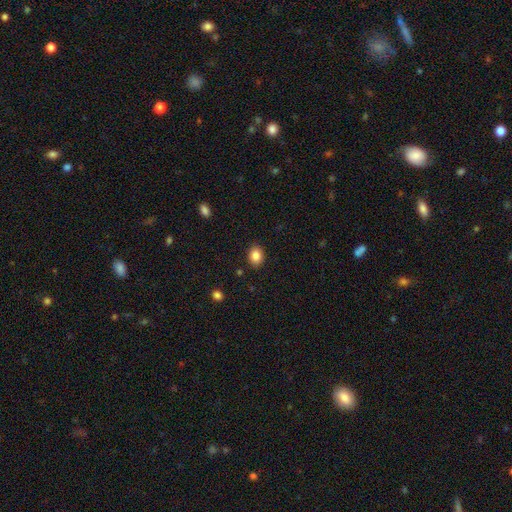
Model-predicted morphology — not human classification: Smooth or featured?
  - smooth: 85% *
  - star or artifact: 10%
  - featured or disk: 5%
How rounded?
  - in between: 50% *
  - round: 49%
  - cigar-shaped: 1%
Merging?
  - none: 89% *
  - minor disturbance: 8%
  - major disturbance: 2%
  - merger: 1%